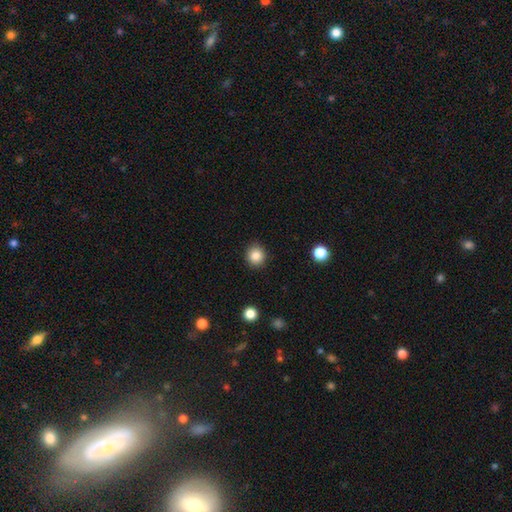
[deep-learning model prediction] This appears to be a smooth galaxy with no disk features (85%) that is round (88%). Merging: none (90%).